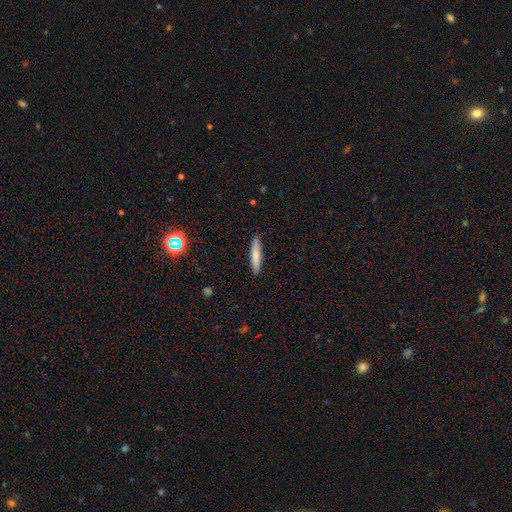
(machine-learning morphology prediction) This appears to be a smooth galaxy with no disk features (77%) that is cigar-shaped (89%). Merging: none (90%).